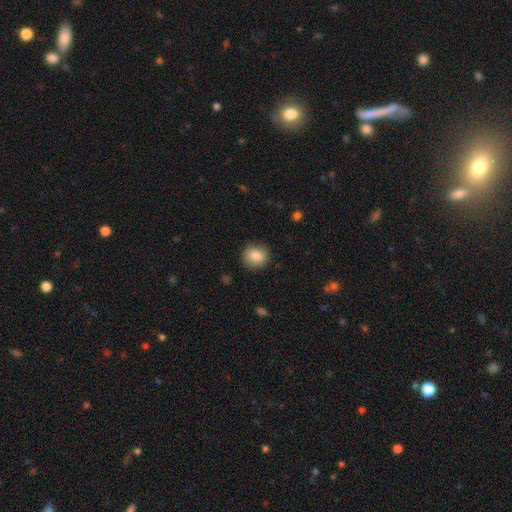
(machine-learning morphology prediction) smooth-or-featured: smooth: 85% | star or artifact: 8% | featured or disk: 7%
  how-rounded: round: 81% | in between: 18% | cigar-shaped: 1%
  merging: none: 88% | minor disturbance: 9% | major disturbance: 2% | merger: 1%